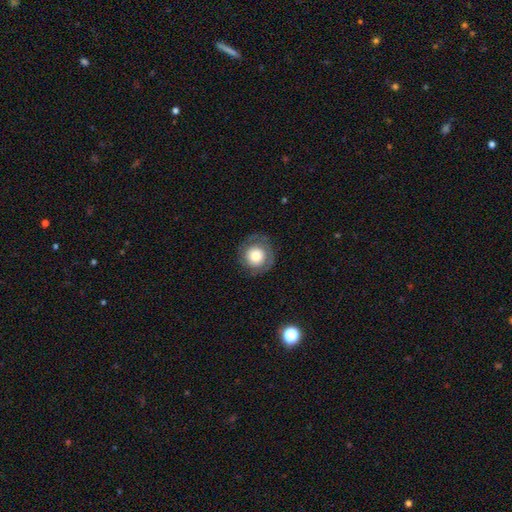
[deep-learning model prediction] Q: Smooth or featured?
A: smooth (55%); runner-up: featured or disk (37%)
Q: How rounded?
A: round (93%); runner-up: in between (7%)
Q: Merging?
A: none (77%); runner-up: minor disturbance (14%)